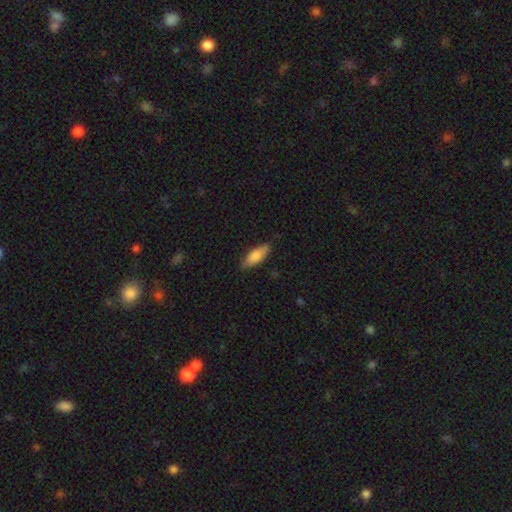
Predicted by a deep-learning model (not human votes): smooth-or-featured: smooth: 79% | featured or disk: 16% | star or artifact: 6%
  how-rounded: in between: 65% | cigar-shaped: 33% | round: 2%
  merging: none: 83% | minor disturbance: 14% | major disturbance: 2% | merger: 1%